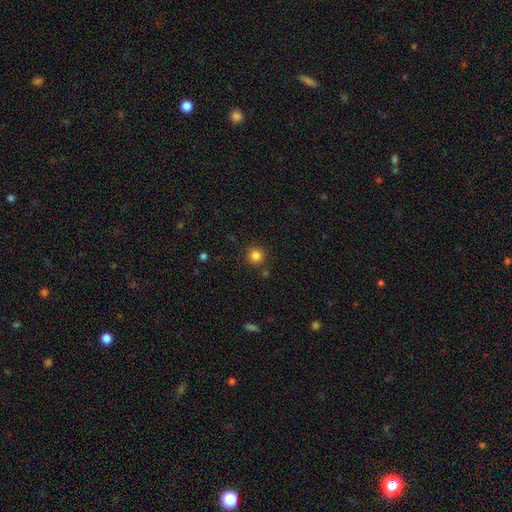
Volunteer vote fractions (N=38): Morphology: type=smooth (89%); roundness=round (100%); merging=none (89%).